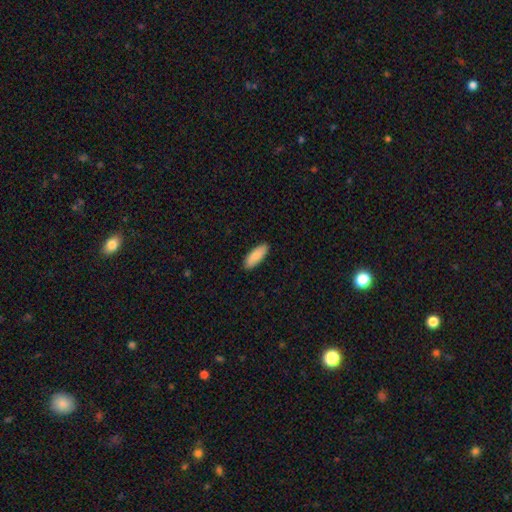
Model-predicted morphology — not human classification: smooth_or_featured: smooth (p=0.88) [alt: featured or disk p=0.07]
how_rounded: in between (p=0.73) [alt: cigar-shaped p=0.26]
merging: none (p=0.89) [alt: minor disturbance p=0.08]